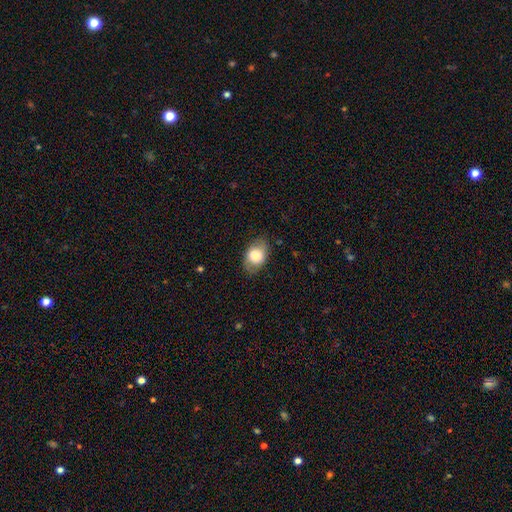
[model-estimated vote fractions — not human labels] smooth_or_featured: smooth (p=0.75) [alt: featured or disk p=0.18]
how_rounded: in between (p=0.79) [alt: round p=0.20]
merging: none (p=0.80) [alt: minor disturbance p=0.14]